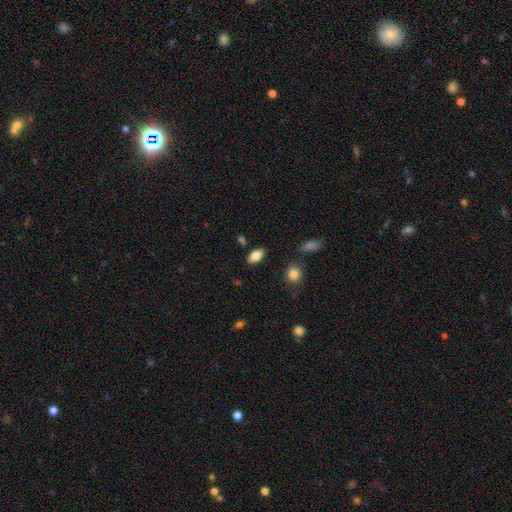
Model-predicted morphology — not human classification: Smooth or featured? Predicted: smooth (p=0.83). How rounded? Predicted: in between (p=0.92). Merging? Predicted: none (p=0.84).